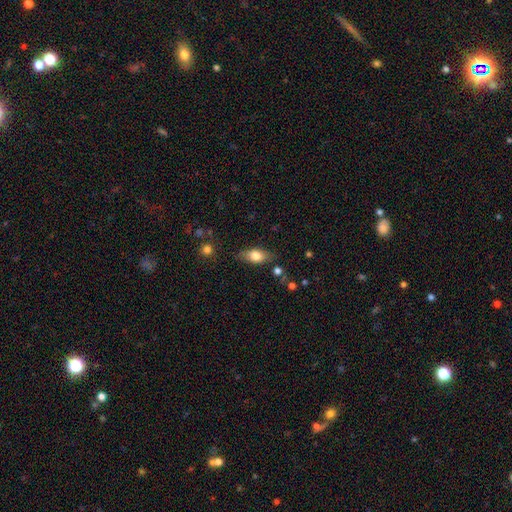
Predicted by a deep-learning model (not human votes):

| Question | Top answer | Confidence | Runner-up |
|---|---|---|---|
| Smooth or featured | smooth | 74% | featured or disk (18%) |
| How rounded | in between | 83% | cigar-shaped (11%) |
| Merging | none | 79% | minor disturbance (15%) |